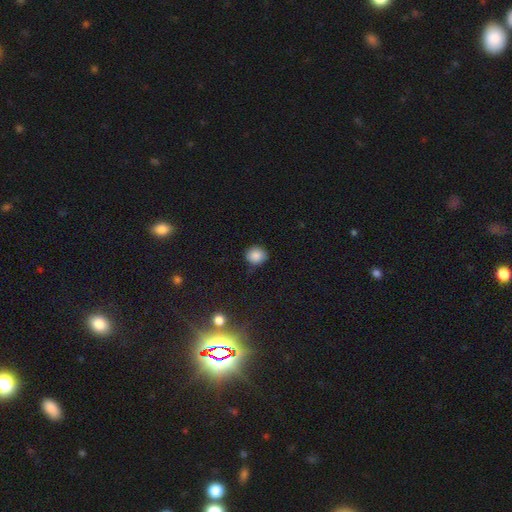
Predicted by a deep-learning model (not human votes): A smooth galaxy with no disk features (86%) that is round (78%).

Vote fractions:
- Smooth or featured? smooth: 86% / star or artifact: 10% / featured or disk: 4%
- How rounded? round: 78% / in between: 21% / cigar-shaped: 1%
- Merging? none: 83% / minor disturbance: 13% / major disturbance: 3% / merger: 2%